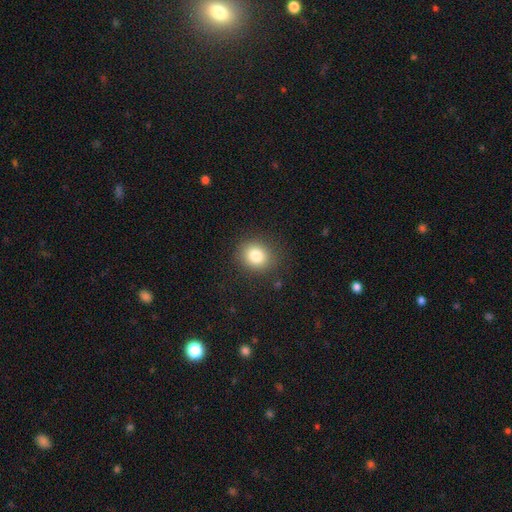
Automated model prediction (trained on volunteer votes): Smooth or featured? Predicted: smooth (p=0.82). How rounded? Predicted: round (p=0.74). Merging? Predicted: none (p=0.87).